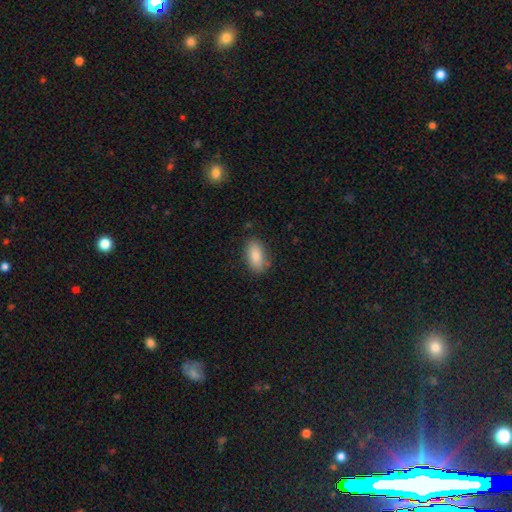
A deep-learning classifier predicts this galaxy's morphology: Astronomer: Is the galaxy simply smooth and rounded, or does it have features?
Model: smooth — 86%.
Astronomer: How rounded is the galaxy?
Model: in between — 90%.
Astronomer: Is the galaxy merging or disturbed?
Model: none — 81%.